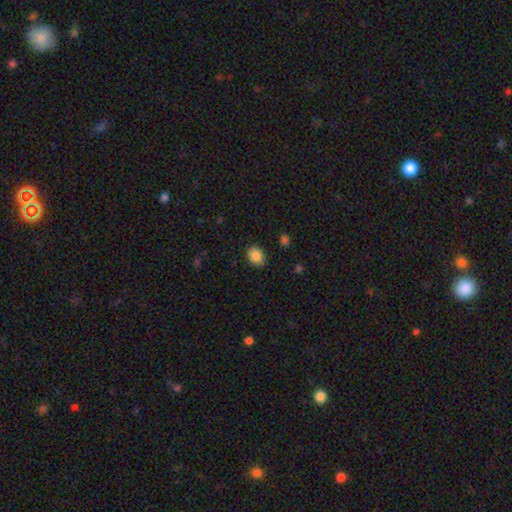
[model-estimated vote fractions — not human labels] A smooth galaxy with no disk features (87%) that is in between round and cigar-shaped (69%). Merging: none (85%).